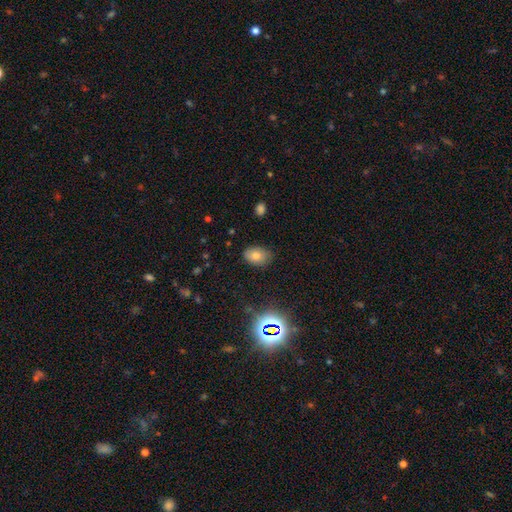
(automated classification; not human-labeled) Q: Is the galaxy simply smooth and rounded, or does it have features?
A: smooth — 74%.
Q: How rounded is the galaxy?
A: in between — 81%.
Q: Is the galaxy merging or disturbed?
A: none — 80%.